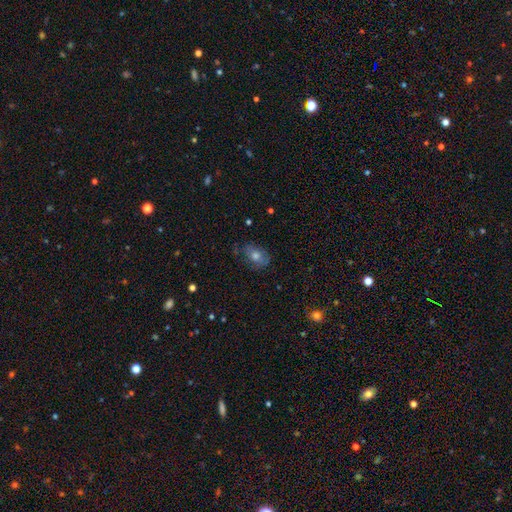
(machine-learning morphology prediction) smooth-or-featured: smooth: 49% | featured or disk: 36% | star or artifact: 15%
  merging: none: 67% | minor disturbance: 23% | major disturbance: 9% | merger: 2%